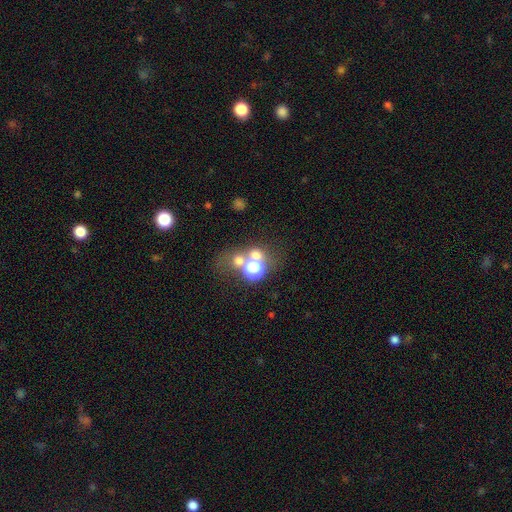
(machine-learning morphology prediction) Q: Smooth or featured?
A: smooth (53%); runner-up: star or artifact (34%)
Q: How rounded?
A: round (79%); runner-up: in between (20%)
Q: Merging?
A: none (51%); runner-up: merger (34%)